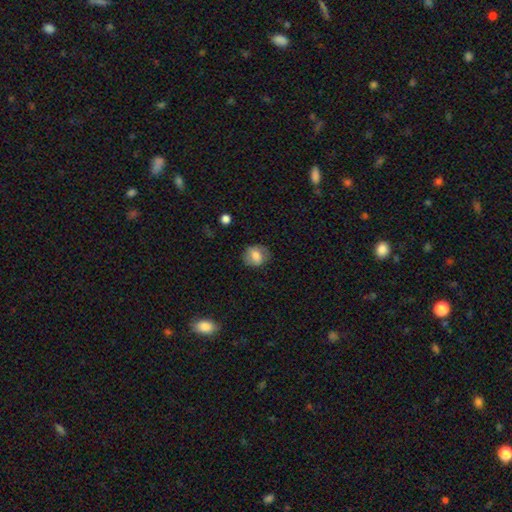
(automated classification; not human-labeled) smooth_or_featured: smooth (p=0.70) [alt: featured or disk p=0.21]
how_rounded: round (p=0.61) [alt: in between p=0.38]
merging: none (p=0.75) [alt: minor disturbance p=0.18]